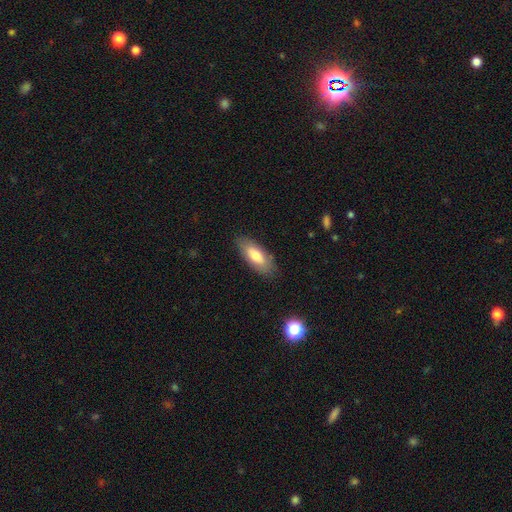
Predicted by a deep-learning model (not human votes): A smooth galaxy with no disk features (73%) that is in between round and cigar-shaped (79%).

Vote fractions:
- Smooth or featured? smooth: 73% / featured or disk: 20% / star or artifact: 7%
- How rounded? in between: 79% / cigar-shaped: 19% / round: 2%
- Merging? none: 83% / minor disturbance: 13% / major disturbance: 3% / merger: 1%